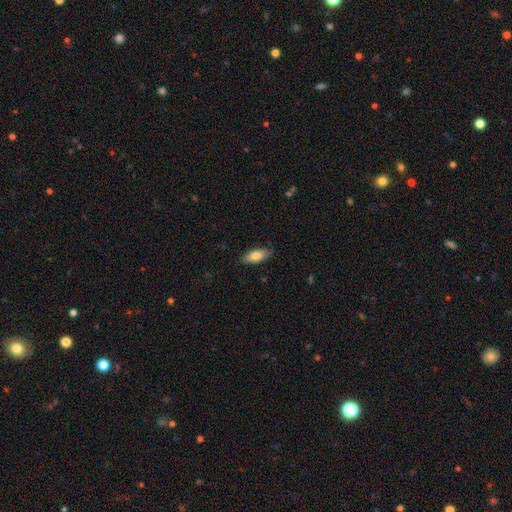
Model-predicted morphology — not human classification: Q: Smooth or featured?
A: smooth (77%); runner-up: featured or disk (17%)
Q: How rounded?
A: in between (77%); runner-up: cigar-shaped (21%)
Q: Merging?
A: none (82%); runner-up: minor disturbance (14%)